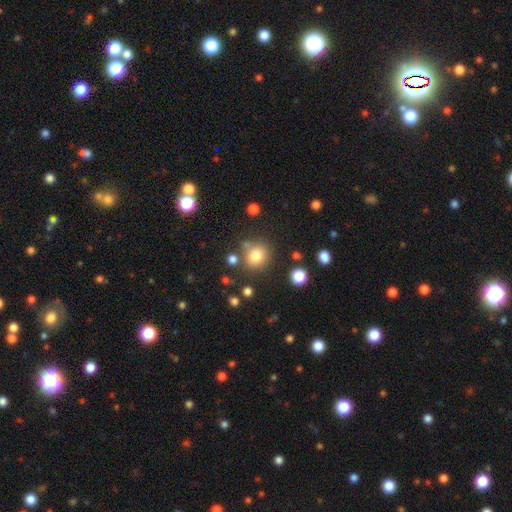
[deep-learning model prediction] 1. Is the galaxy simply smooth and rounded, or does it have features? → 79% smooth, 13% star or artifact, 8% featured or disk.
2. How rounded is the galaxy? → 85% round, 14% in between, 1% cigar-shaped.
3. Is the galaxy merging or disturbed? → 76% none, 11% minor disturbance, 8% merger, 4% major disturbance.